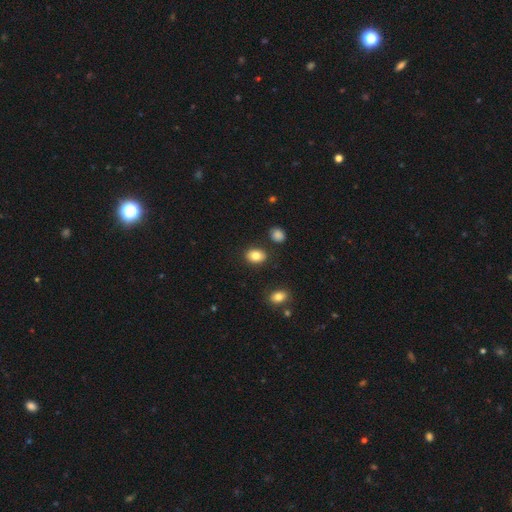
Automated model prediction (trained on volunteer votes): A smooth galaxy with no disk features (83%) that is in between round and cigar-shaped (68%). Merging: none (85%).